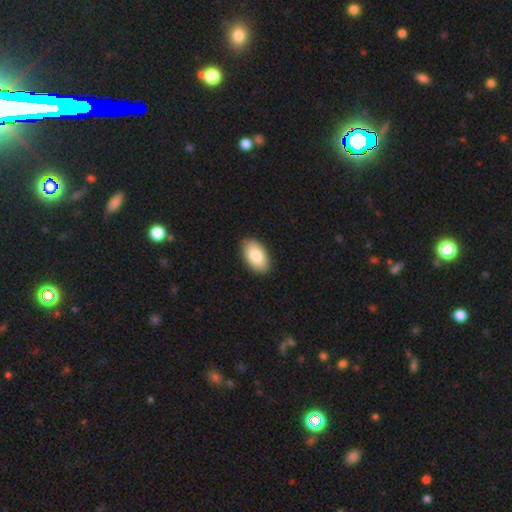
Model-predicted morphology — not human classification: smooth-or-featured: smooth: 84% | featured or disk: 10% | star or artifact: 6%
  how-rounded: in between: 95% | round: 4% | cigar-shaped: 1%
  merging: none: 88% | minor disturbance: 9% | major disturbance: 2% | merger: 1%